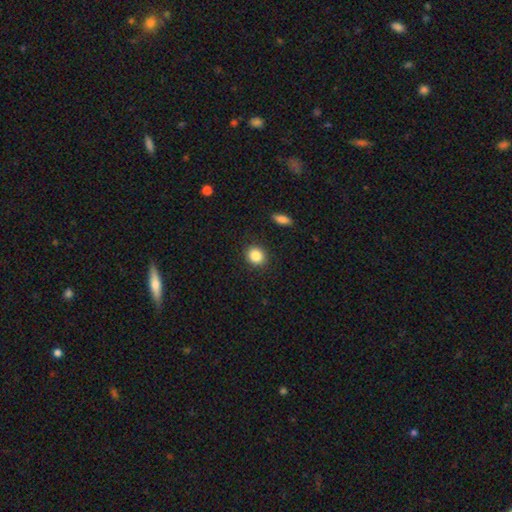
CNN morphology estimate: Overall: smooth (86%). How rounded: round (69%; in between 30%). Merging: none (88%).